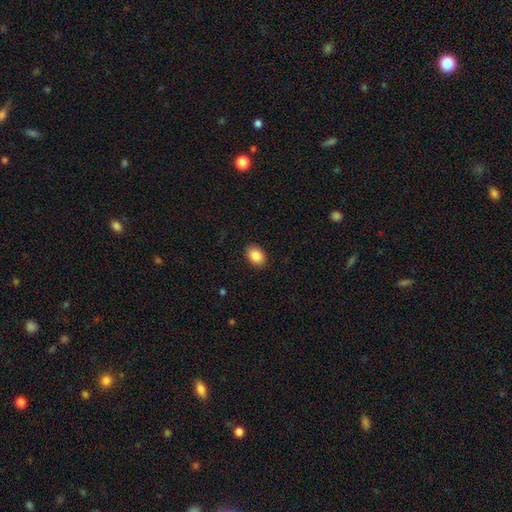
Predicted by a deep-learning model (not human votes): A smooth galaxy with no disk features (87%) that is in between round and cigar-shaped (76%). Merging: none (90%).